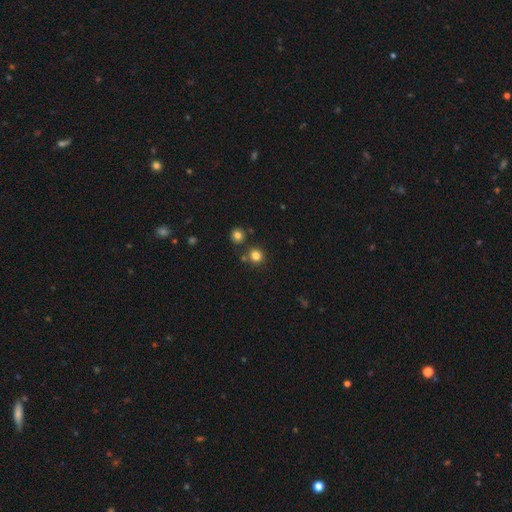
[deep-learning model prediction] This is clearly a smooth galaxy (81%). How rounded: clearly round (90%). Merging: likely none (79%).